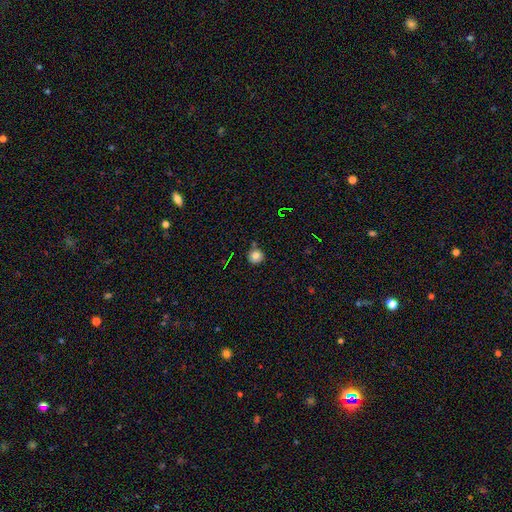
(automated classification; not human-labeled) smooth_or_featured: smooth (p=0.78) [alt: star or artifact p=0.12]
how_rounded: round (p=0.94) [alt: in between p=0.05]
merging: none (p=0.83) [alt: minor disturbance p=0.10]